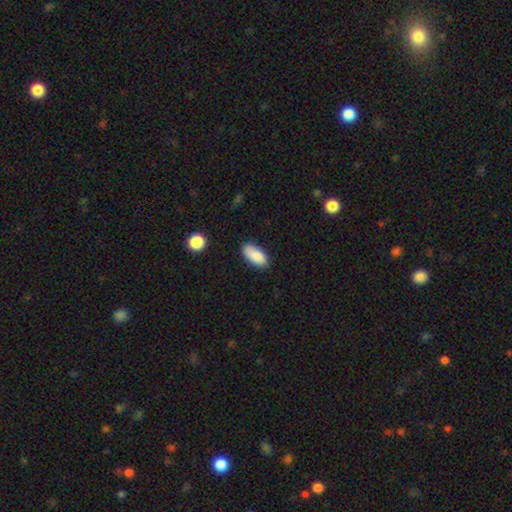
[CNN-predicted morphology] Q: Smooth or featured?
A: smooth (85%); runner-up: featured or disk (8%)
Q: How rounded?
A: in between (90%); runner-up: cigar-shaped (8%)
Q: Merging?
A: none (73%); runner-up: minor disturbance (20%)